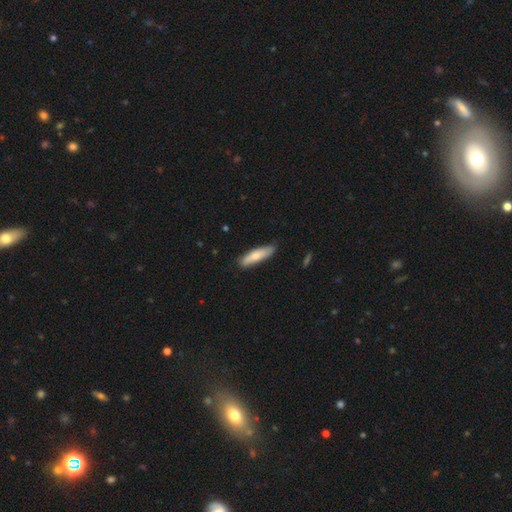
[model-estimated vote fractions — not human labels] A smooth galaxy with no disk features (73%) that is cigar-shaped (65%). Merging: none (80%).